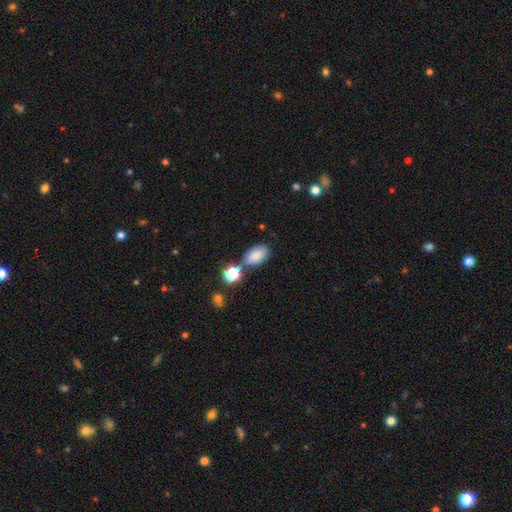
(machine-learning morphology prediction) Q: Smooth or featured?
A: smooth (78%); runner-up: featured or disk (11%)
Q: How rounded?
A: in between (89%); runner-up: round (9%)
Q: Merging?
A: none (61%); runner-up: merger (17%)